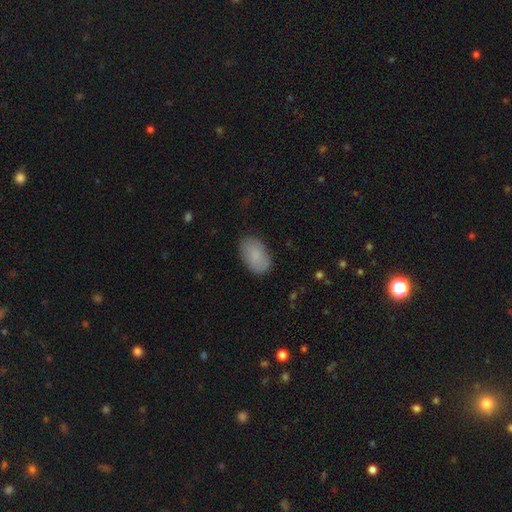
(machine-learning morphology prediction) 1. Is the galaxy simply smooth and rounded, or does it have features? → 84% smooth, 9% featured or disk, 6% star or artifact.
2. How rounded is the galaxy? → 92% in between, 7% round, 1% cigar-shaped.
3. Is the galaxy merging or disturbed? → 81% none, 14% minor disturbance, 3% major disturbance, 1% merger.